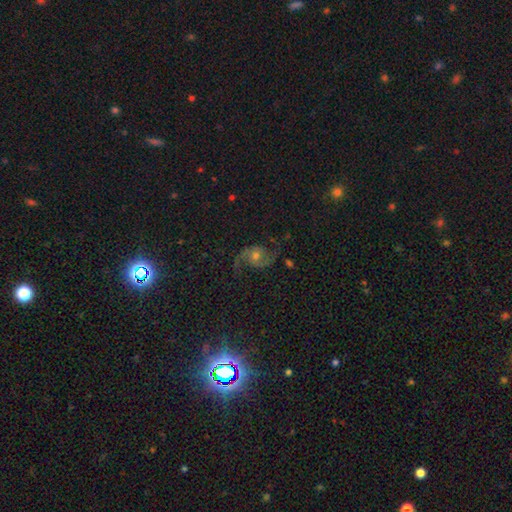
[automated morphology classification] smooth_or_featured: featured or disk (p=0.82) [alt: star or artifact p=0.10]
disk_edge_on: no (p=0.98) [alt: yes p=0.02]
bar: no (p=0.65) [alt: weak p=0.28]
has_spiral_arms: yes (p=0.97) [alt: no p=0.03]
spiral_winding: medium (p=0.50) [alt: loose p=0.39]
spiral_arm_count: 2 (p=0.93) [alt: can't tell p=0.02]
bulge_size: moderate (p=0.59) [alt: small p=0.33]
merging: none (p=0.75) [alt: minor disturbance p=0.14]